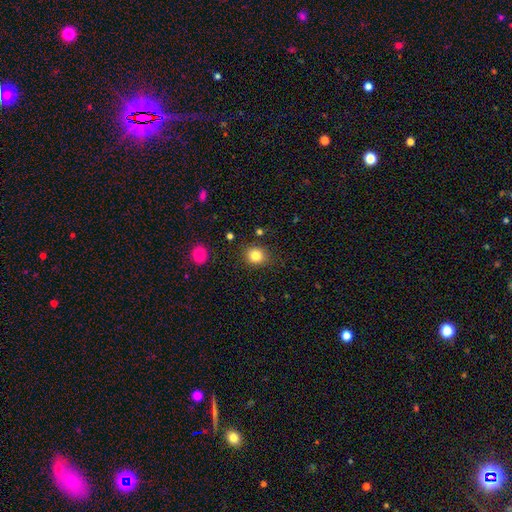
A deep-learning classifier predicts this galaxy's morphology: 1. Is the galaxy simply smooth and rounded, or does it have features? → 83% smooth, 11% star or artifact, 6% featured or disk.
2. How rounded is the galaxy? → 76% round, 23% in between, 1% cigar-shaped.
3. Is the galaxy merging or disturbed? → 85% none, 9% minor disturbance, 3% major disturbance, 2% merger.